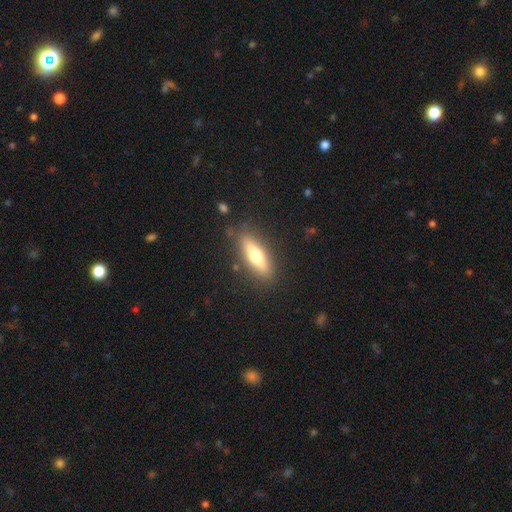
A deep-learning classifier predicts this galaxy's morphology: Q: Smooth or featured?
A: smooth (55%); runner-up: featured or disk (39%)
Q: How rounded?
A: cigar-shaped (54%); runner-up: in between (43%)
Q: Merging?
A: none (84%); runner-up: minor disturbance (11%)